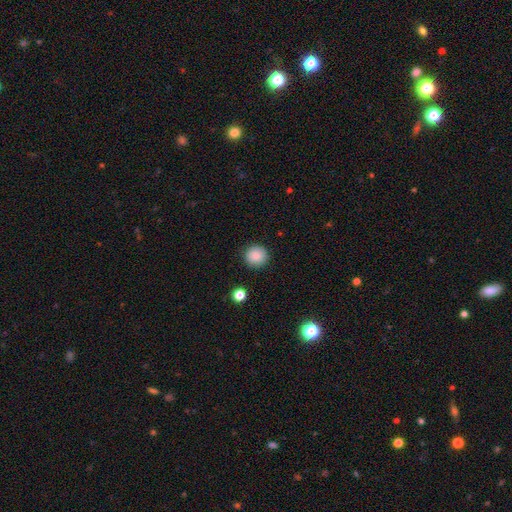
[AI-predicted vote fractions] Q: Smooth or featured?
A: smooth (87%); runner-up: star or artifact (9%)
Q: How rounded?
A: round (94%); runner-up: in between (5%)
Q: Merging?
A: none (91%); runner-up: minor disturbance (6%)